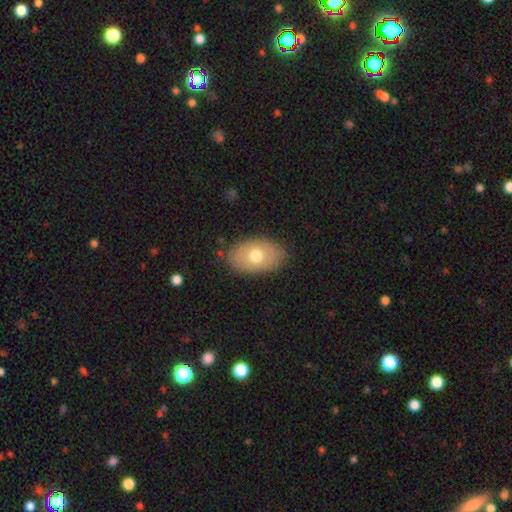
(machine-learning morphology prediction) Overall: smooth (65%; featured or disk 28%). How rounded: in between (88%). Merging: none (82%).